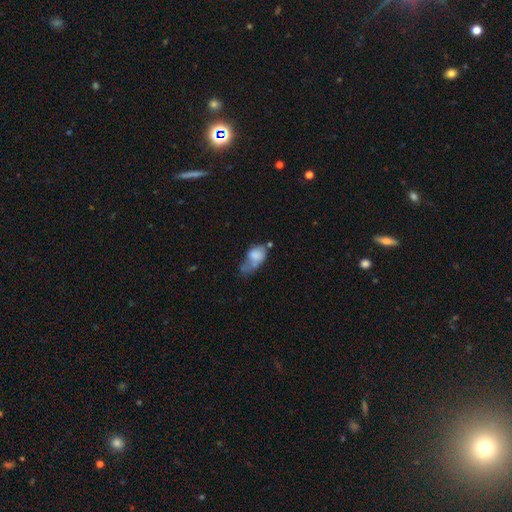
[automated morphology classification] Smooth or featured? Predicted: smooth (p=0.68). How rounded? Predicted: in between (p=0.80). Merging? Predicted: major disturbance (p=0.35).